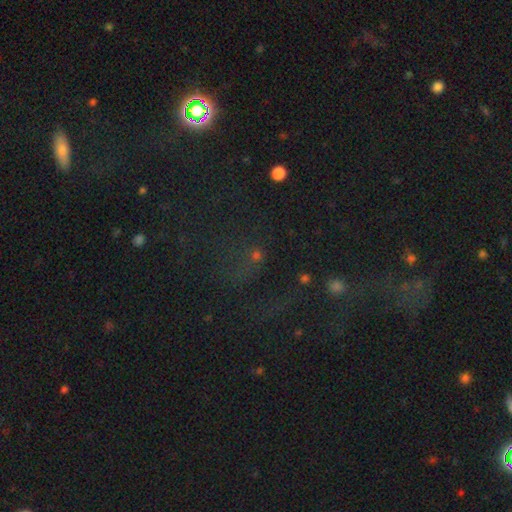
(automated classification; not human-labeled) A star or artifact, not a galaxy (49%).

Vote fractions:
- Smooth or featured? star or artifact: 49% / smooth: 37% / featured or disk: 13%